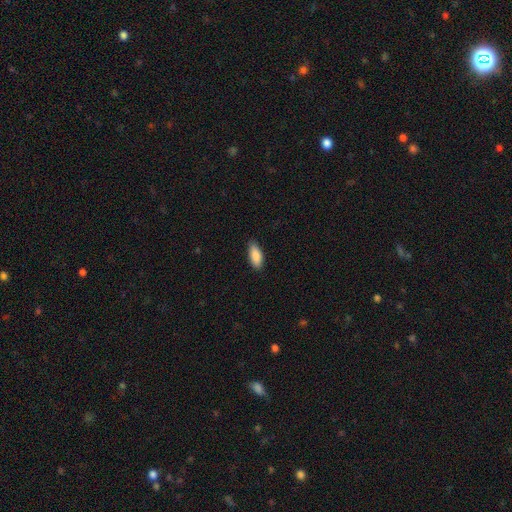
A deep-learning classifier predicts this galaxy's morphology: Smooth or featured? smooth (88%)
How rounded? in between (81%)
Merging? none (85%)